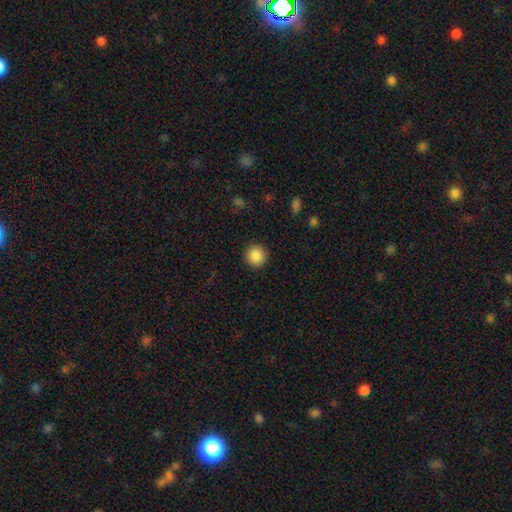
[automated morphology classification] Smooth or featured: smooth — 88% (star or artifact — 9%)
How rounded: round — 94% (in between — 5%)
Merging: none — 92% (minor disturbance — 5%)